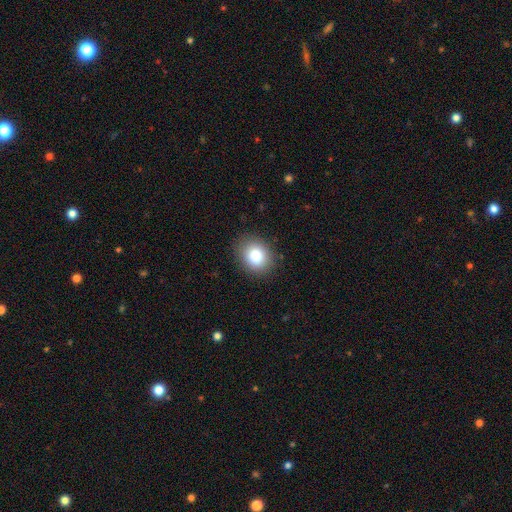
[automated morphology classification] Smooth or featured: smooth — 84% (star or artifact — 9%)
How rounded: round — 55% (in between — 45%)
Merging: none — 87% (minor disturbance — 10%)